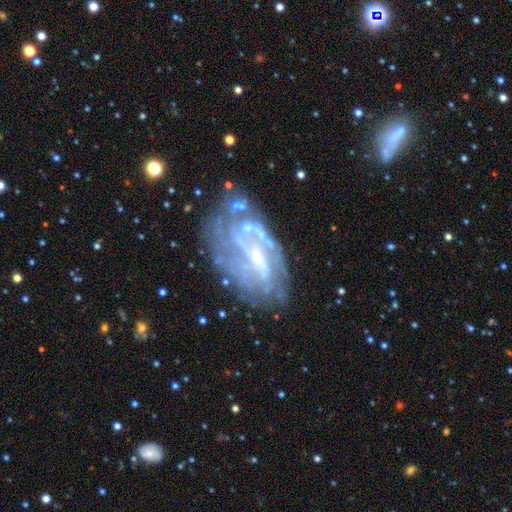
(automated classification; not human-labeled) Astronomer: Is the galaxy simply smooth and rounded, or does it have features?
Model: featured or disk — 80%.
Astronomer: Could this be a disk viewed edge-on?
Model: no — 95%.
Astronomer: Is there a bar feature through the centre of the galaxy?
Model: weak — 39% (runner-up: no, 37%).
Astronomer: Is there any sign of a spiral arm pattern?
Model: yes — 73%.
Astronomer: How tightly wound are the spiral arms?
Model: tight — 49% (runner-up: medium, 34%).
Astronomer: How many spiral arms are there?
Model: can't tell — 49%.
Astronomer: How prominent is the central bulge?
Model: small — 42% (runner-up: none, 31%).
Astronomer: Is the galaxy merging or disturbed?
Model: none — 57%.